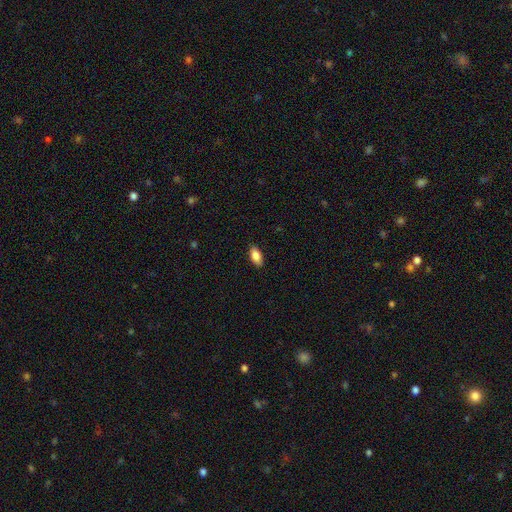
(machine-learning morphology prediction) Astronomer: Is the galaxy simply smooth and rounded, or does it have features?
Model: smooth — 86%.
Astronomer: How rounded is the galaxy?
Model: in between — 88%.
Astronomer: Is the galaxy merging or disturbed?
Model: none — 87%.